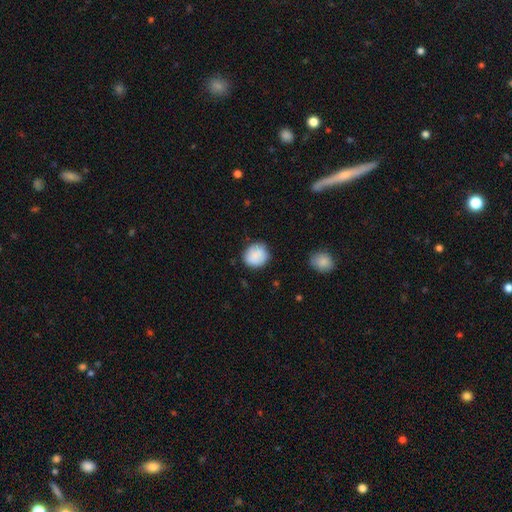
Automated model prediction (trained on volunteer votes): smooth_or_featured: smooth (p=0.85) [alt: featured or disk p=0.08]
how_rounded: round (p=0.81) [alt: in between p=0.18]
merging: none (p=0.79) [alt: minor disturbance p=0.16]